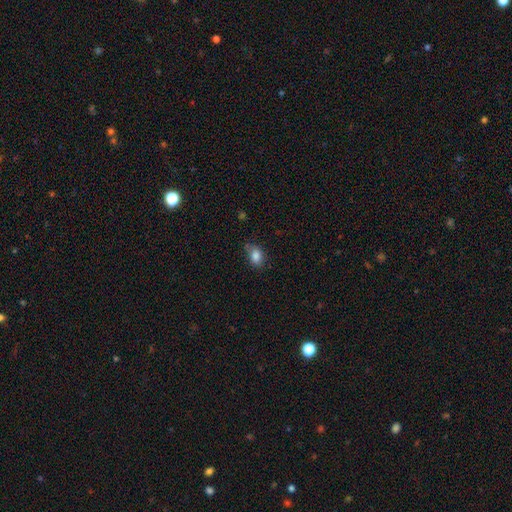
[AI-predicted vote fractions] The model was most divided on "merging": none: 68%, minor disturbance: 24%, major disturbance: 5%, merger: 3%. More confident: smooth or featured — smooth (84%); how rounded — in between (72%).